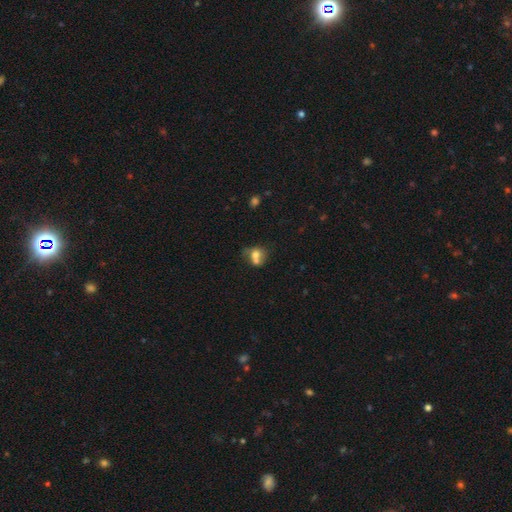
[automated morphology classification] This appears to be a smooth galaxy with no disk features (69%) that is round (63%). Merging: merger (55%).